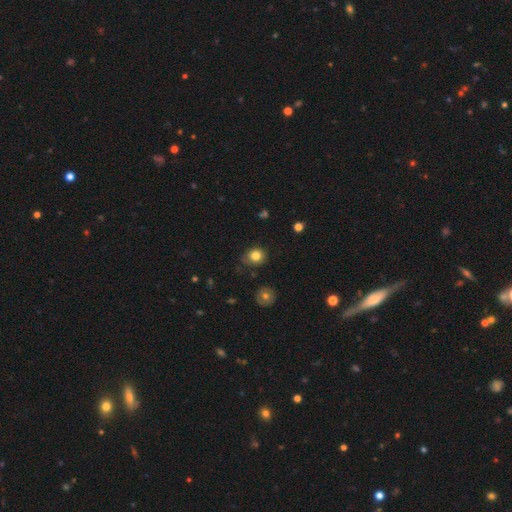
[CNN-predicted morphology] The model was most divided on "how rounded": round: 74%, in between: 25%, cigar-shaped: 1%. More confident: smooth or featured — smooth (80%); merging — none (74%).